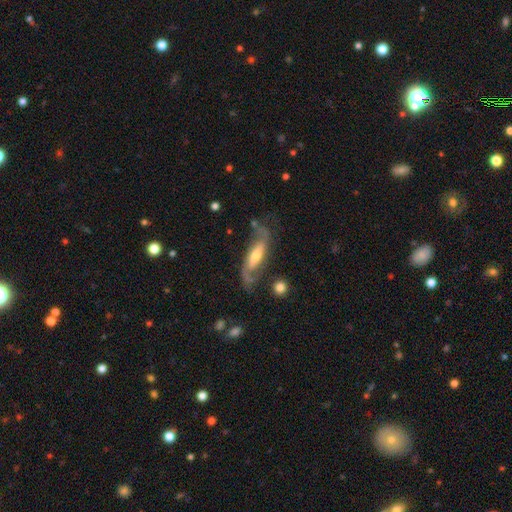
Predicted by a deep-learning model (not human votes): Smooth or featured? featured or disk (80%)
Edge-on disk? no (85%)
Bar? no (36%)
Spiral arms? yes (93%)
Spiral winding? loose (48%)
Spiral arm count? 2 (87%)
Bulge size? moderate (61%)
Merging? none (63%)